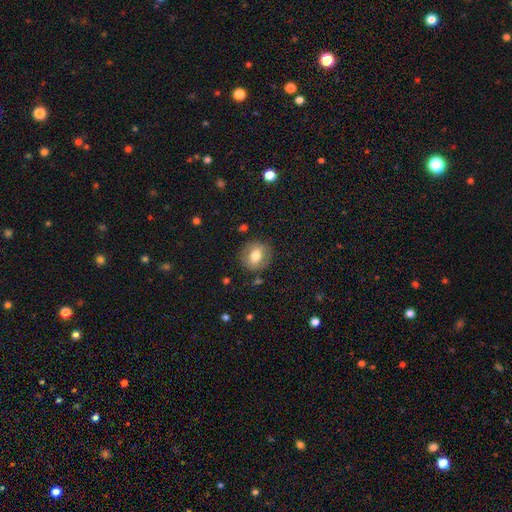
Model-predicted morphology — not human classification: This is likely a smooth galaxy (68%). How rounded: clearly round (80%). Merging: clearly none (85%).